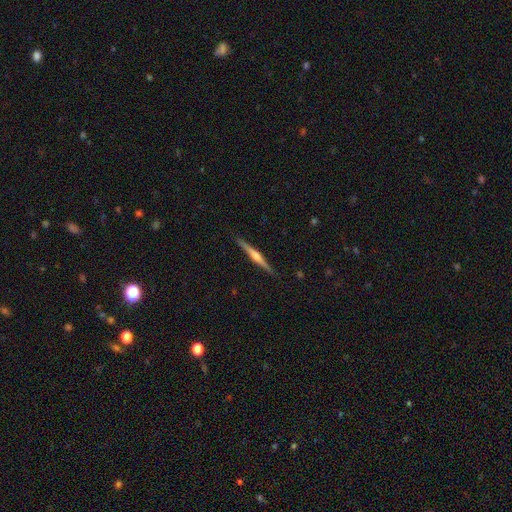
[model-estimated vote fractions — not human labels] Q: Smooth or featured?
A: featured or disk (74%); runner-up: smooth (21%)
Q: Edge-on disk?
A: yes (98%); runner-up: no (2%)
Q: Edge-on bulge?
A: rounded (85%); runner-up: boxy (8%)
Q: Merging?
A: none (90%); runner-up: minor disturbance (7%)